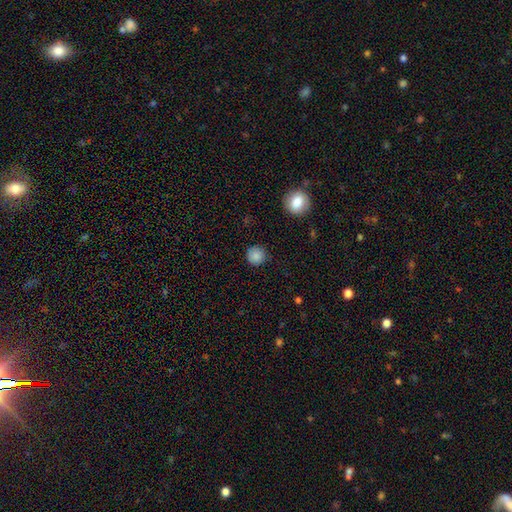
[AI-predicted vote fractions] Overall: smooth (86%). How rounded: round (94%). Merging: none (89%).